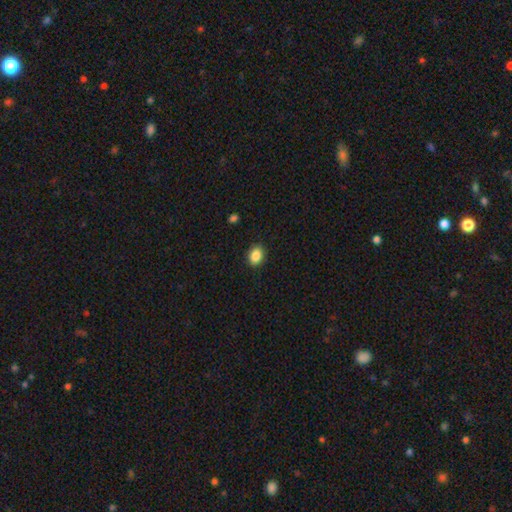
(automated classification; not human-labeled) The model was most divided on "how rounded": in between: 63%, round: 36%, cigar-shaped: 1%. More confident: merging — none (89%); smooth or featured — smooth (87%).